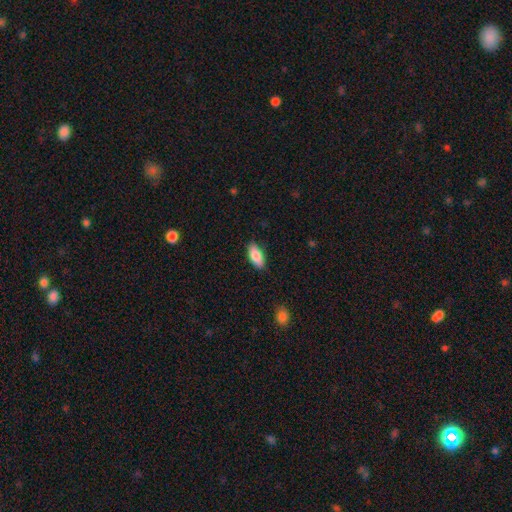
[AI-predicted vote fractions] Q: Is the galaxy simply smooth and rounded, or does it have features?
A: smooth — 86%.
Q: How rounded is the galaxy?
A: in between — 88%.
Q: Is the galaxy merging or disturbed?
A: none — 85%.